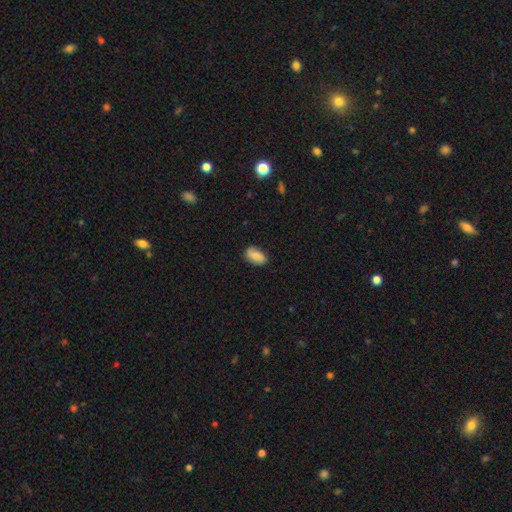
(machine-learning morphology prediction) Overall: smooth (76%). How rounded: in between (92%). Merging: none (80%).